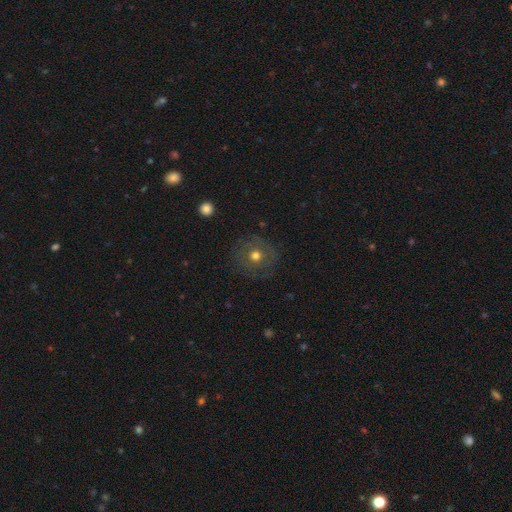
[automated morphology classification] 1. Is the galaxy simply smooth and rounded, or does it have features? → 53% smooth, 36% featured or disk, 11% star or artifact.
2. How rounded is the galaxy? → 92% round, 7% in between, 1% cigar-shaped.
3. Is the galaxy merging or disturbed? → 82% none, 11% minor disturbance, 6% major disturbance, 1% merger.